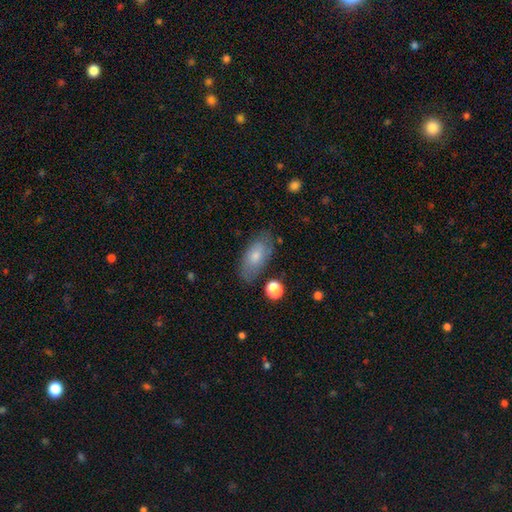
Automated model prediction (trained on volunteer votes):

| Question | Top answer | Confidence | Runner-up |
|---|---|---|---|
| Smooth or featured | smooth | 69% | featured or disk (24%) |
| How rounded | in between | 90% | cigar-shaped (6%) |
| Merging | none | 75% | minor disturbance (18%) |